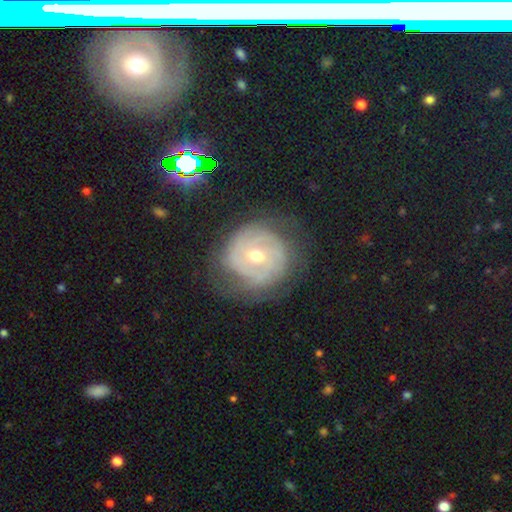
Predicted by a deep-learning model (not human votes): This appears to be a featured or disk galaxy (79%) with no bar (65%), tight (73%) spiral arms (88%) and a moderate central bulge (62%). Merging: none (70%).